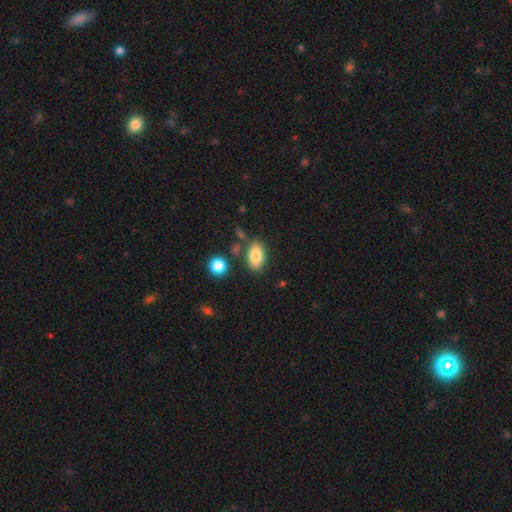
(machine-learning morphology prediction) A smooth galaxy with no disk features (82%) that is in between round and cigar-shaped (90%). Merging: none (77%).